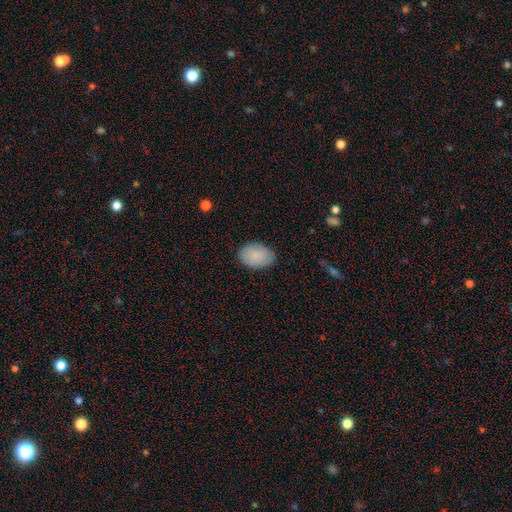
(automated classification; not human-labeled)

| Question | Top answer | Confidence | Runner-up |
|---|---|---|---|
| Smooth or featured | smooth | 87% | featured or disk (7%) |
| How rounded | in between | 85% | round (14%) |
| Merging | none | 84% | minor disturbance (12%) |